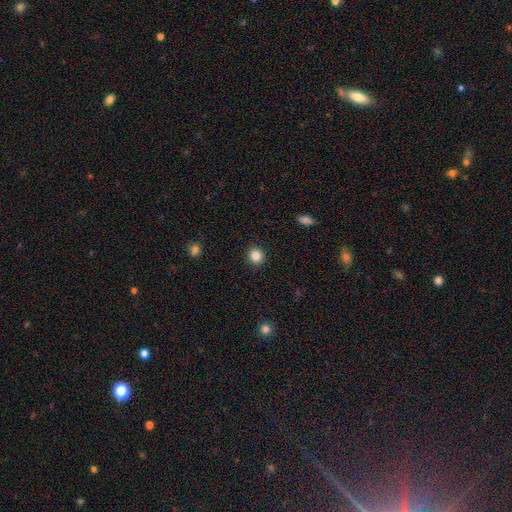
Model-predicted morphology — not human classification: Smooth or featured?
  - smooth: 85% *
  - star or artifact: 11%
  - featured or disk: 4%
How rounded?
  - round: 83% *
  - in between: 16%
  - cigar-shaped: 1%
Merging?
  - none: 91% *
  - minor disturbance: 6%
  - major disturbance: 2%
  - merger: 1%